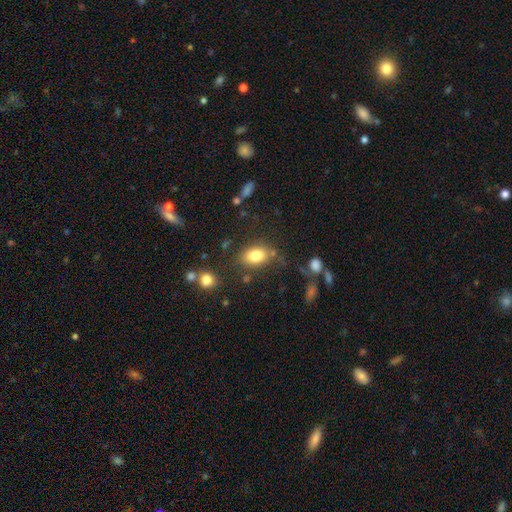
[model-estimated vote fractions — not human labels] This is clearly a smooth galaxy (81%). How rounded: clearly in between (83%). Merging: likely none (75%).